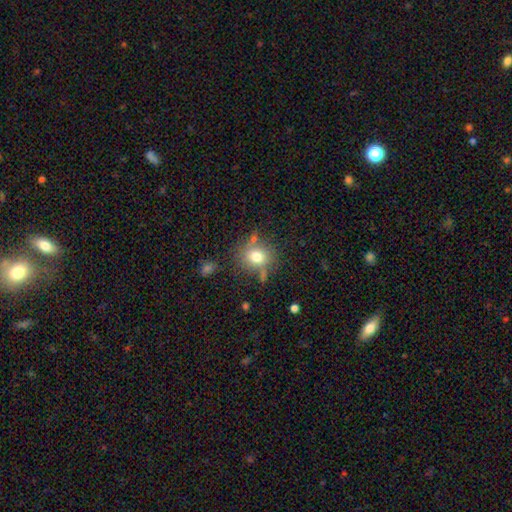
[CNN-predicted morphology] The model was most divided on "how rounded": round: 75%, in between: 24%, cigar-shaped: 1%. More confident: smooth or featured — smooth (76%); merging — none (71%).